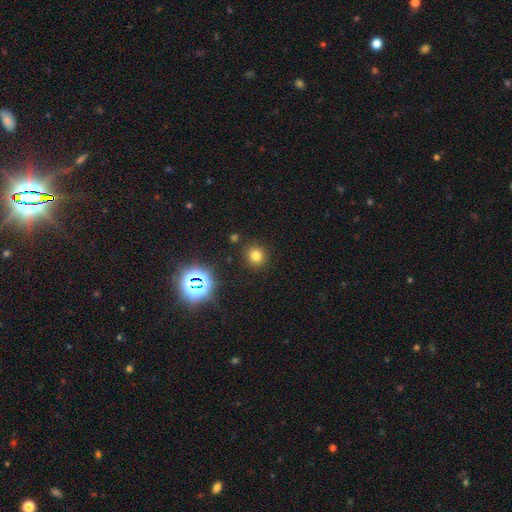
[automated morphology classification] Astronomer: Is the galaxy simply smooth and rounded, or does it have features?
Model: smooth — 73%.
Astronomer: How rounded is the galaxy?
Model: round — 89%.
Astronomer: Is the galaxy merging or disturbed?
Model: none — 89%.